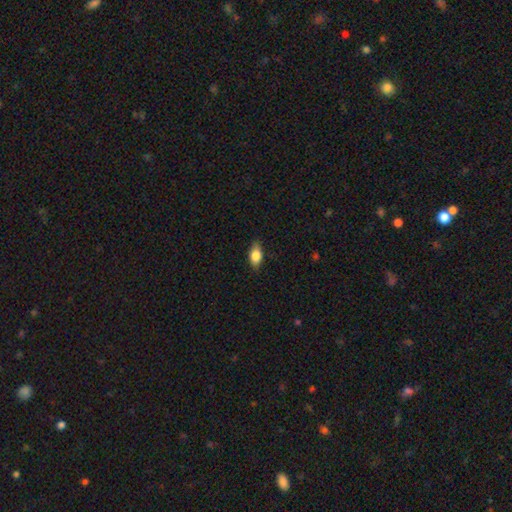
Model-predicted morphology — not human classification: smooth 78%, featured or disk 15%, star or artifact 8%. Down the decision tree: how rounded — in between (85%); merging — none (81%).